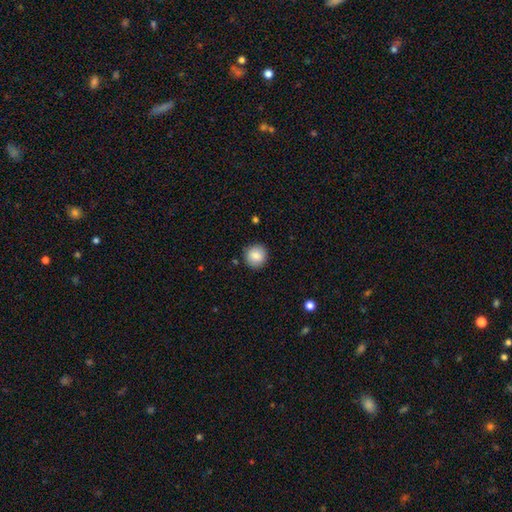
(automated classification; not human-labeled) smooth-or-featured: smooth: 84% | star or artifact: 8% | featured or disk: 7%
  how-rounded: round: 94% | in between: 6% | cigar-shaped: 1%
  merging: none: 90% | minor disturbance: 7% | major disturbance: 2% | merger: 1%